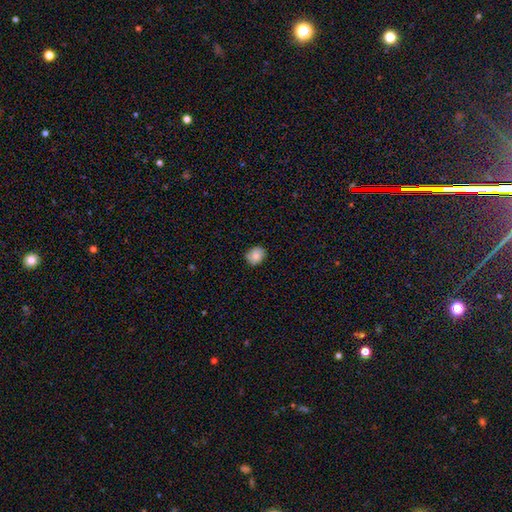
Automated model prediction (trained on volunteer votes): Q: Smooth or featured?
A: smooth (84%); runner-up: star or artifact (8%)
Q: How rounded?
A: round (54%); runner-up: in between (45%)
Q: Merging?
A: none (83%); runner-up: minor disturbance (14%)